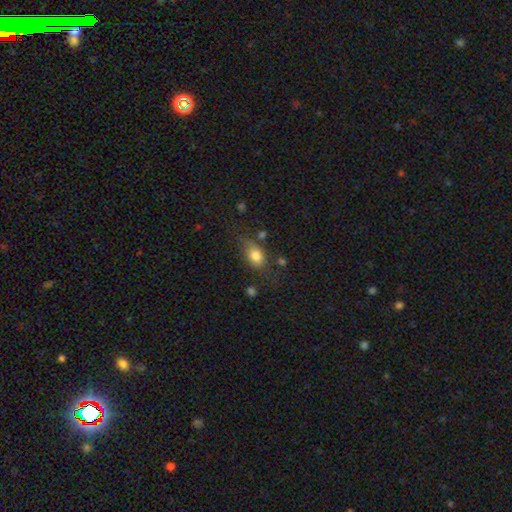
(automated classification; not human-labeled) The model was most divided on "merging": none: 61%, minor disturbance: 23%, major disturbance: 10%, merger: 6%. More confident: smooth or featured — smooth (80%); how rounded — in between (76%).